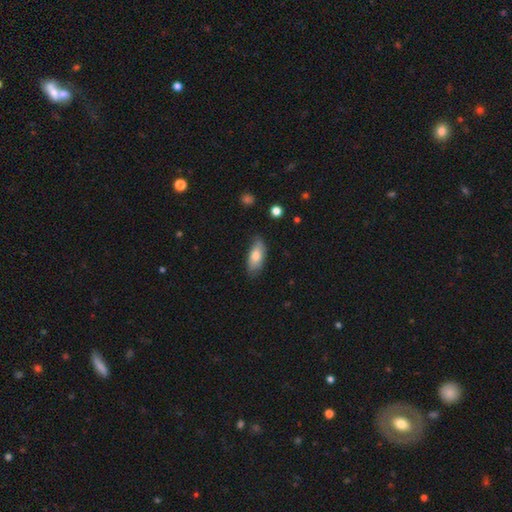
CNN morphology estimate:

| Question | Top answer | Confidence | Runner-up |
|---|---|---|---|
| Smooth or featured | smooth | 76% | featured or disk (17%) |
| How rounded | in between | 81% | cigar-shaped (17%) |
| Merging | none | 79% | minor disturbance (17%) |